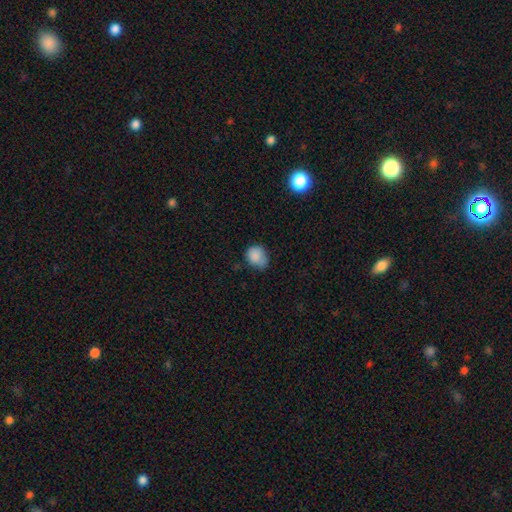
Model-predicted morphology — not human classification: Smooth or featured? smooth (84%)
How rounded? round (64%)
Merging? none (50%)